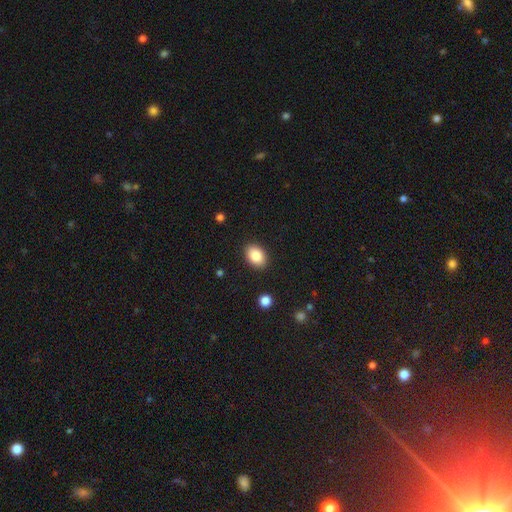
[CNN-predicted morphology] Smooth or featured?
  - smooth: 86% *
  - star or artifact: 8%
  - featured or disk: 7%
How rounded?
  - in between: 82% *
  - round: 16%
  - cigar-shaped: 1%
Merging?
  - none: 89% *
  - minor disturbance: 8%
  - major disturbance: 2%
  - merger: 1%